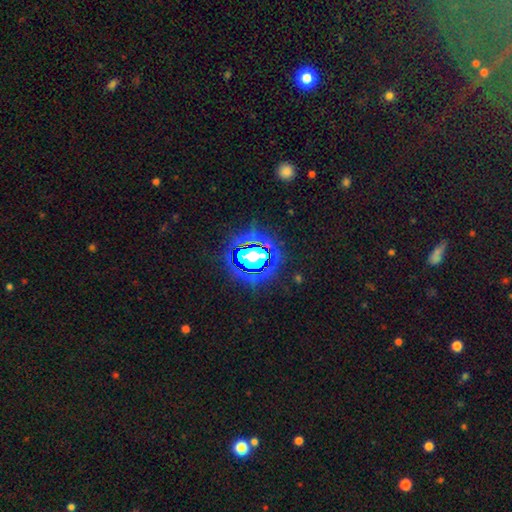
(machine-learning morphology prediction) star or artifact 79%, smooth 14%, featured or disk 7%.